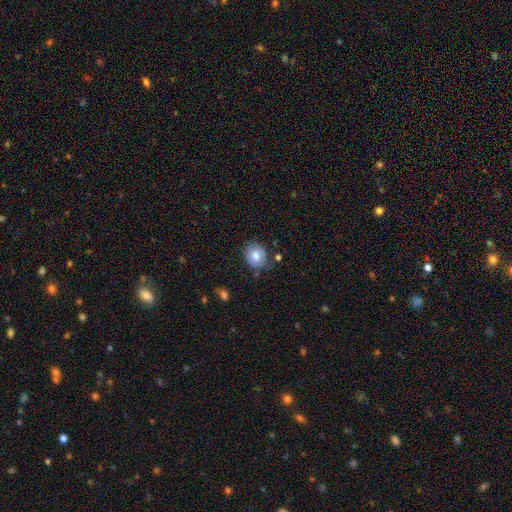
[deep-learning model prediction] Smooth or featured? Predicted: smooth (p=0.71). How rounded? Predicted: round (p=0.62). Merging? Predicted: none (p=0.70).